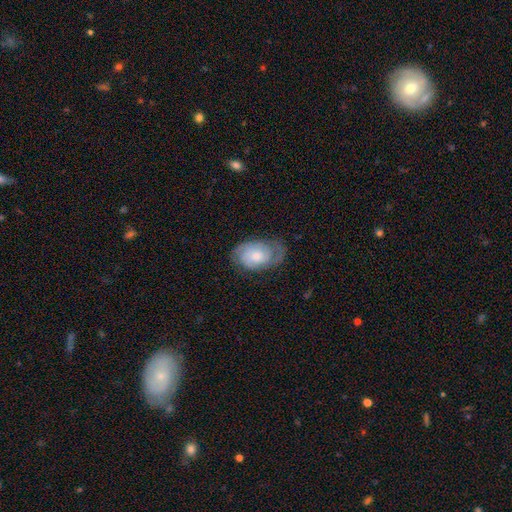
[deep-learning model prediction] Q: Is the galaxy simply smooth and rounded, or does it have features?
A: featured or disk — 64%.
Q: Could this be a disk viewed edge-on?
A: no — 96%.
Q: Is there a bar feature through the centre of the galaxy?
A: no — 74%.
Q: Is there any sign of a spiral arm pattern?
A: yes — 89%.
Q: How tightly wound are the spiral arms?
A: tight — 57%.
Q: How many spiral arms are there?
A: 2 — 50%.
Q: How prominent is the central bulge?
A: moderate — 46%.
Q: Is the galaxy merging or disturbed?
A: none — 65%.